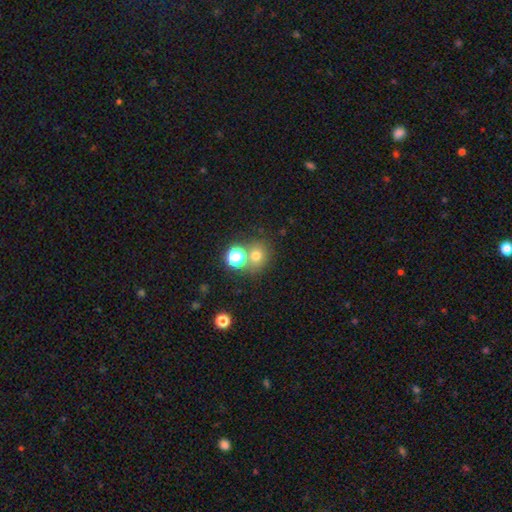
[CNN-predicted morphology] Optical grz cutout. It shows a smooth galaxy with no disk features (70%) that is round (81%). Merging: none (64%).